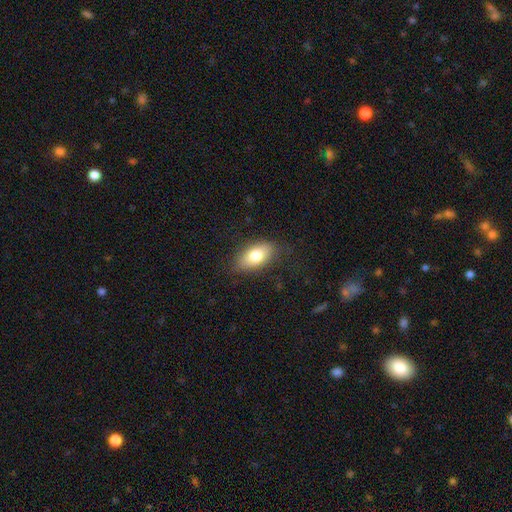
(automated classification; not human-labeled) Q: Smooth or featured?
A: smooth (77%); runner-up: featured or disk (16%)
Q: How rounded?
A: in between (89%); runner-up: cigar-shaped (6%)
Q: Merging?
A: none (82%); runner-up: minor disturbance (13%)